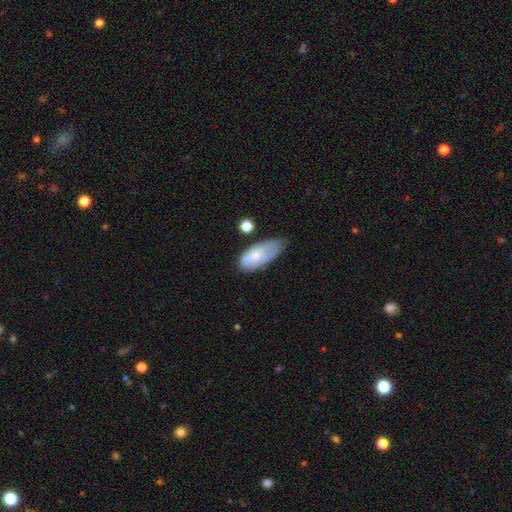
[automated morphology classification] smooth 68%, featured or disk 25%, star or artifact 7%. Down the decision tree: how rounded — in between (88%); merging — minor disturbance (41%).